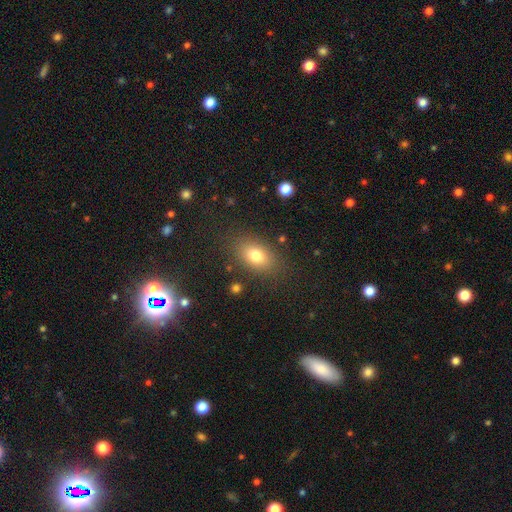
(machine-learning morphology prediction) Q: Smooth or featured?
A: smooth (78%); runner-up: featured or disk (12%)
Q: How rounded?
A: in between (83%); runner-up: round (15%)
Q: Merging?
A: none (83%); runner-up: minor disturbance (11%)